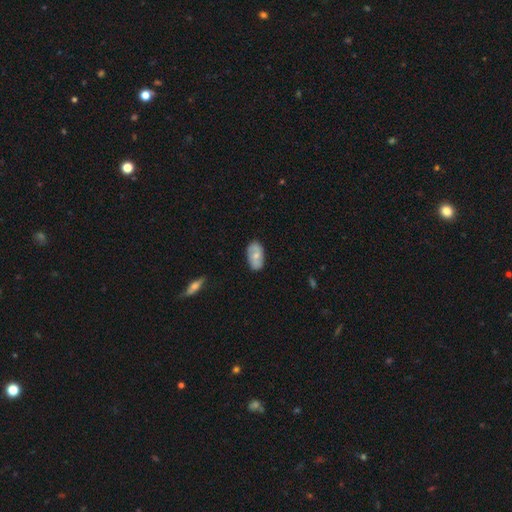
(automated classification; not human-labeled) Smooth or featured: smooth — 53% (featured or disk — 40%)
How rounded: in between — 92% (round — 5%)
Merging: none — 80% (minor disturbance — 15%)